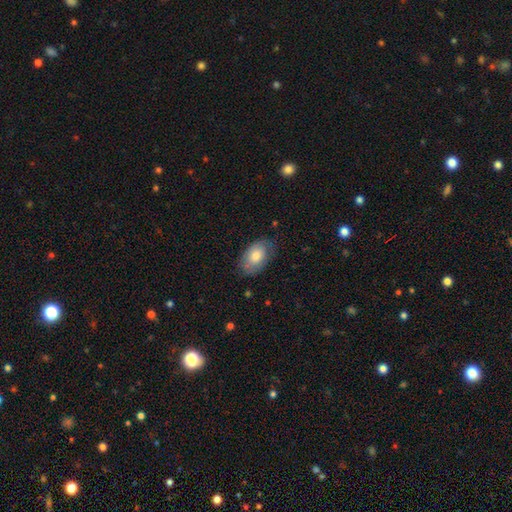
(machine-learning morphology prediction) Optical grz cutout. It shows a smooth galaxy with no disk features (73%) that is in between round and cigar-shaped (91%). Merging: none (74%).